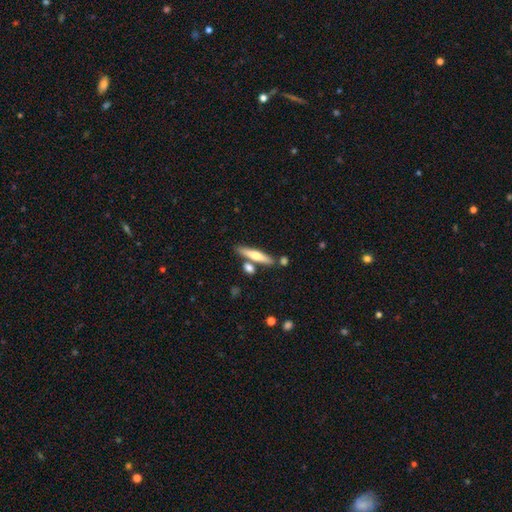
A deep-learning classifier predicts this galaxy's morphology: smooth-or-featured: smooth: 53% | featured or disk: 42% | star or artifact: 6%
  how-rounded: cigar-shaped: 86% | in between: 12% | round: 2%
  merging: none: 73% | merger: 13% | minor disturbance: 11% | major disturbance: 3%